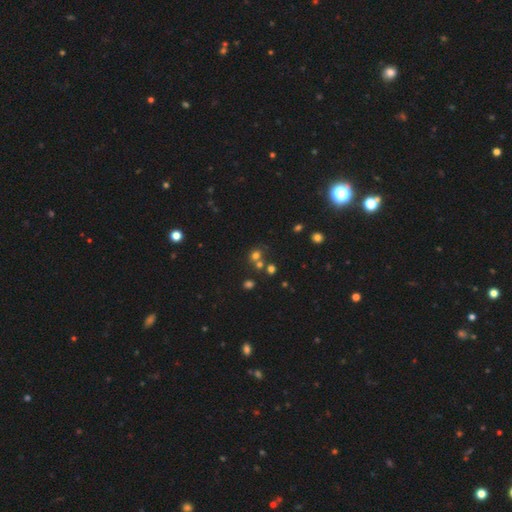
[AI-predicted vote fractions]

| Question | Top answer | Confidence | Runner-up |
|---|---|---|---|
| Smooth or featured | smooth | 62% | star or artifact (27%) |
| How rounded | round | 81% | in between (18%) |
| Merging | none | 54% | merger (33%) |